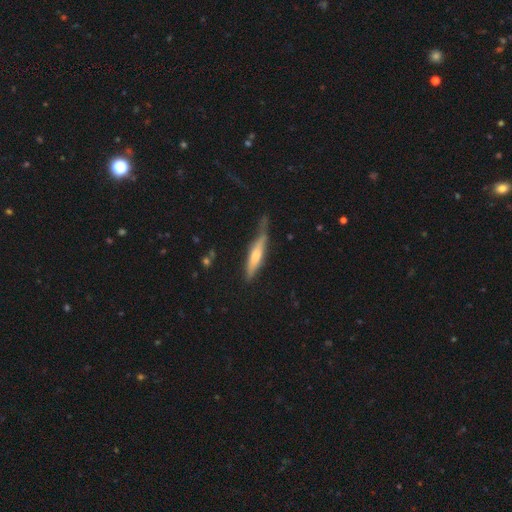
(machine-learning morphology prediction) Overall: smooth (52%; featured or disk 42%). How rounded: cigar-shaped (85%). Merging: none (52%; minor disturbance 34%).